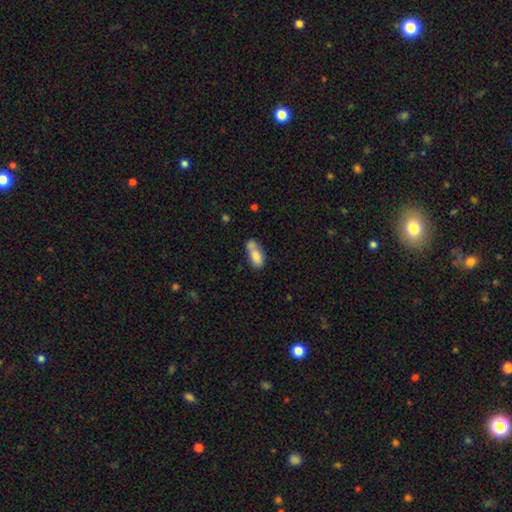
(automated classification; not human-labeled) A smooth galaxy with no disk features (75%) that is in between round and cigar-shaped (87%). Merging: merger (41%).